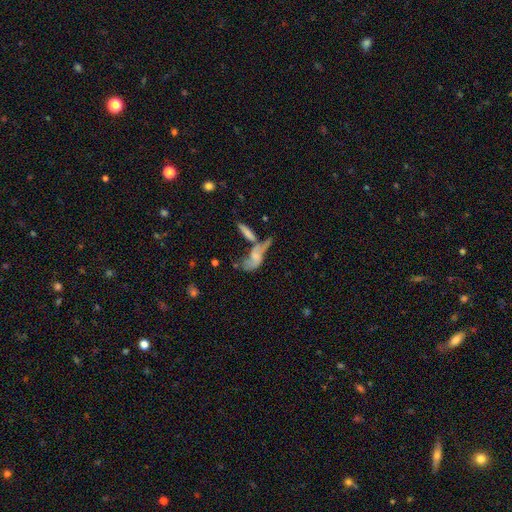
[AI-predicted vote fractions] A featured or disk galaxy (47%). Merging: merger (49%).